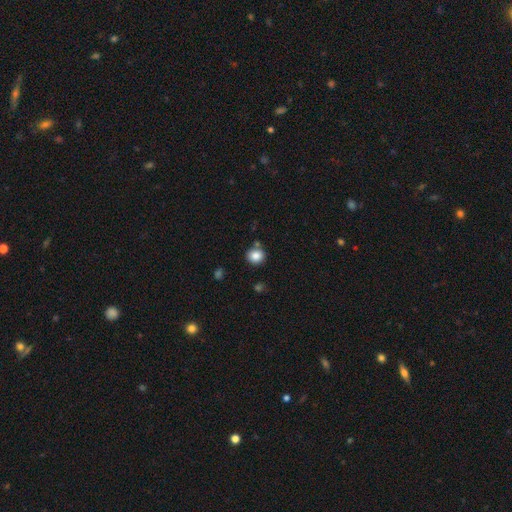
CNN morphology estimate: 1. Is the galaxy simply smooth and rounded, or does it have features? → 85% smooth, 10% star or artifact, 5% featured or disk.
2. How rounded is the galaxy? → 83% round, 16% in between, 1% cigar-shaped.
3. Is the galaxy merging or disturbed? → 78% none, 10% minor disturbance, 9% merger, 3% major disturbance.